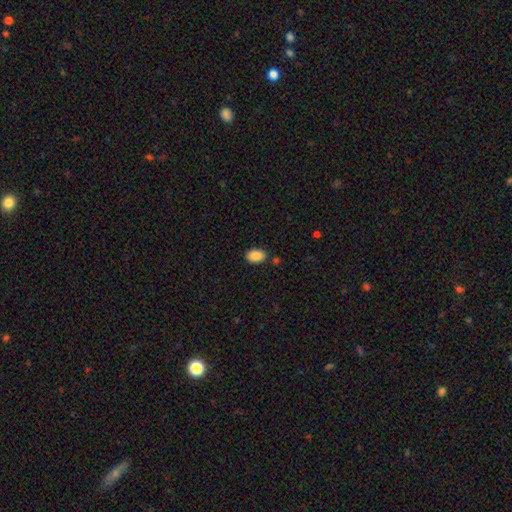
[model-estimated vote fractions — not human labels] This appears to be a smooth galaxy with no disk features (89%) that is in between round and cigar-shaped (85%). Merging: none (83%).